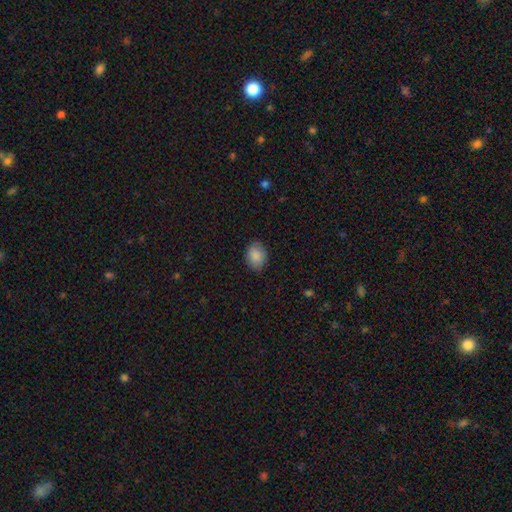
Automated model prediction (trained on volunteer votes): Smooth or featured: smooth — 86% (star or artifact — 7%)
How rounded: in between — 68% (round — 31%)
Merging: none — 82% (minor disturbance — 14%)